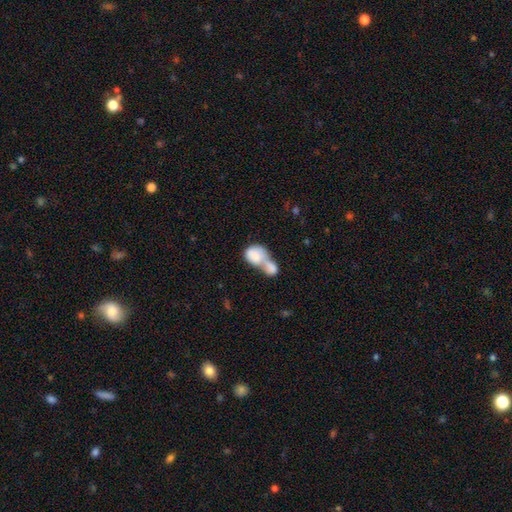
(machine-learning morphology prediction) This is likely a smooth galaxy (77%). How rounded: possibly in between (59%). Merging: likely merger (80%).